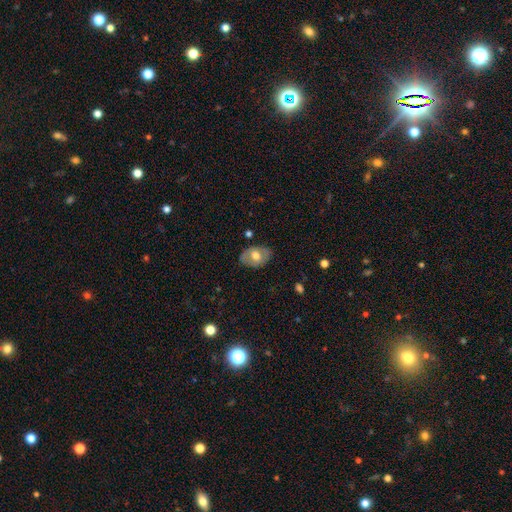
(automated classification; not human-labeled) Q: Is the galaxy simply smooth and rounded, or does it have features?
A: smooth — 56%.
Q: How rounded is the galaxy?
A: in between — 81%.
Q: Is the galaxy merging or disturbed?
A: none — 78%.